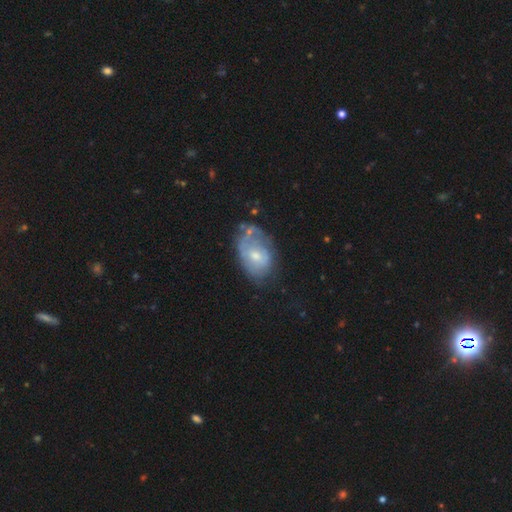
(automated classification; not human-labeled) Smooth or featured: featured or disk — 58% (smooth — 34%)
Edge-on disk: no — 96% (yes — 4%)
Bar: no — 68% (weak — 28%)
Spiral arms: yes — 59% (no — 41%)
Bulge size: moderate — 53% (small — 40%)
Merging: none — 41% (minor disturbance — 31%)